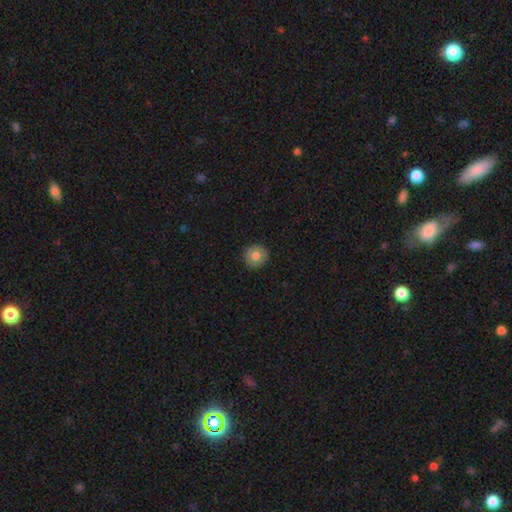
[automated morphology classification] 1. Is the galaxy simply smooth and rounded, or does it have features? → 73% smooth, 18% featured or disk, 9% star or artifact.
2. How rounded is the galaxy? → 92% round, 7% in between, 1% cigar-shaped.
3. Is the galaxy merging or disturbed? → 89% none, 8% minor disturbance, 2% major disturbance, 1% merger.